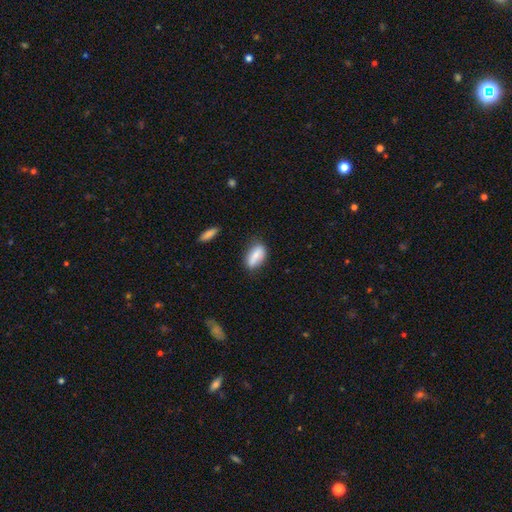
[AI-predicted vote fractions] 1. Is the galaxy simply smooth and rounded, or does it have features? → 76% smooth, 16% featured or disk, 7% star or artifact.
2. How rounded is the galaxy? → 85% in between, 10% cigar-shaped, 5% round.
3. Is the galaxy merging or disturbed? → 74% none, 19% minor disturbance, 4% major disturbance, 3% merger.